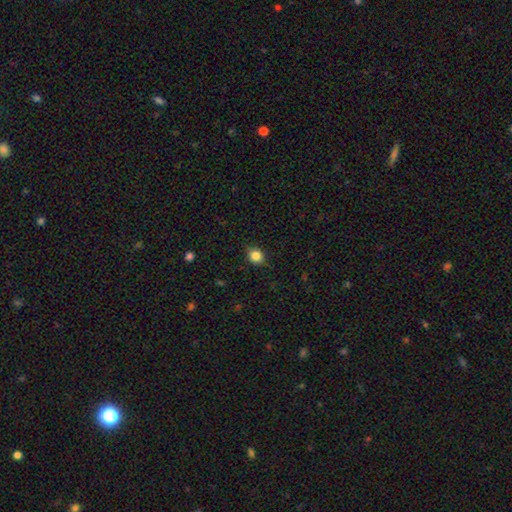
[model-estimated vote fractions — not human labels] A smooth galaxy with no disk features (85%) that is round (67%). Merging: none (83%).